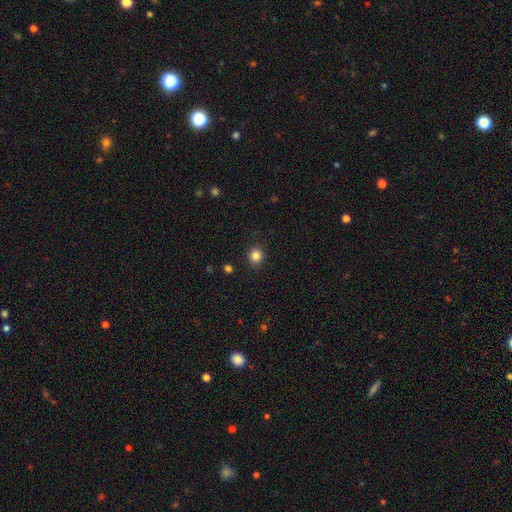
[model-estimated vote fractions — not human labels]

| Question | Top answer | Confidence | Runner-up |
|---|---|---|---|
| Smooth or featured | smooth | 84% | star or artifact (12%) |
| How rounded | round | 85% | in between (14%) |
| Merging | none | 91% | minor disturbance (6%) |